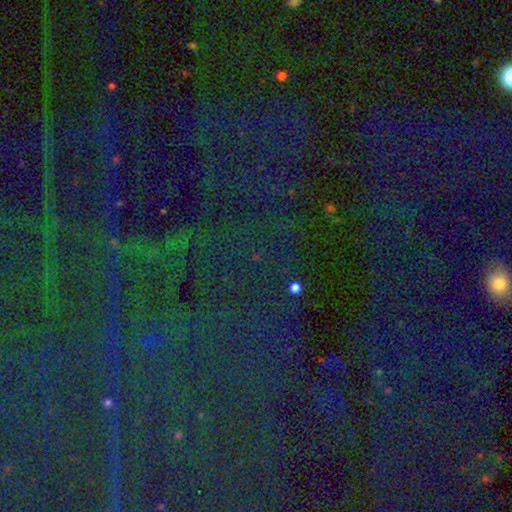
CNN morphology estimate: type=star or artifact (82%).